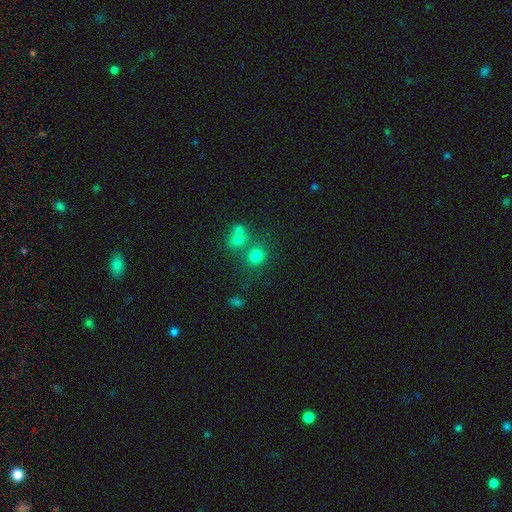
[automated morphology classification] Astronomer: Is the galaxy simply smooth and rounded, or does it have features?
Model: smooth — 75%.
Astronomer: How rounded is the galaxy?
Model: round — 84%.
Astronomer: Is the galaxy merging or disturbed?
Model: none — 61%.